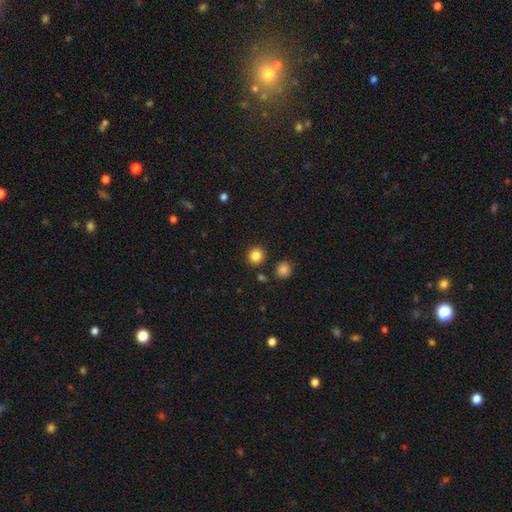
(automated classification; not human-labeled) Morphology: type=smooth (85%); roundness=round (89%); merging=none (88%).